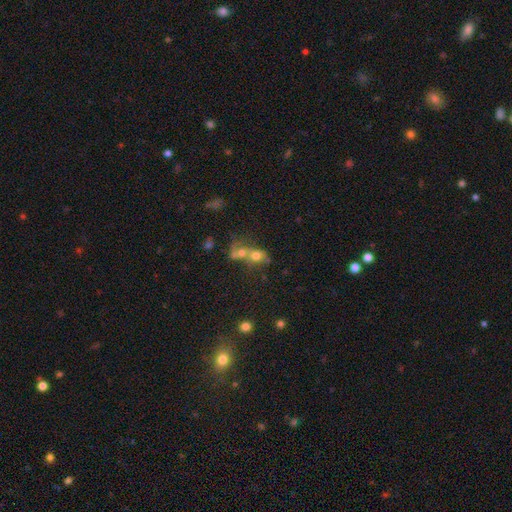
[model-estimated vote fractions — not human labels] Smooth or featured? smooth (65%)
How rounded? round (62%)
Merging? merger (65%)